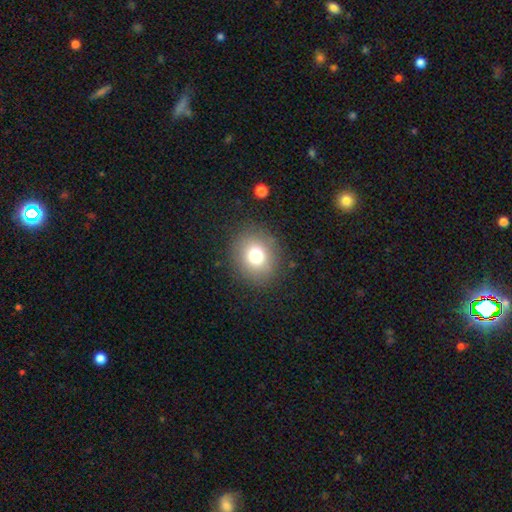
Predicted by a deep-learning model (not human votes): smooth_or_featured: smooth (p=0.76) [alt: star or artifact p=0.12]
how_rounded: round (p=0.73) [alt: in between p=0.27]
merging: none (p=0.86) [alt: minor disturbance p=0.09]